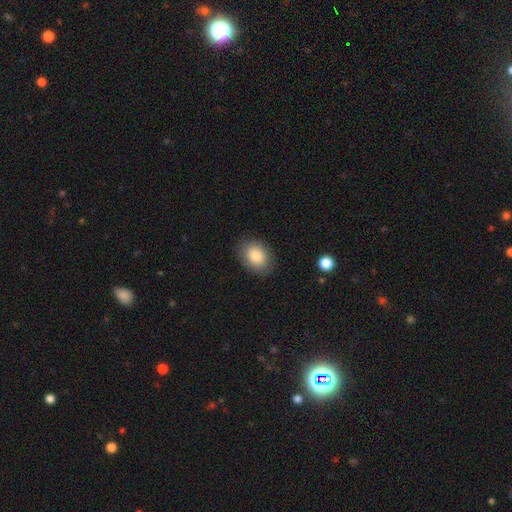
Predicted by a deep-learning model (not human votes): Smooth or featured? Predicted: smooth (p=0.85). How rounded? Predicted: in between (p=0.75). Merging? Predicted: none (p=0.85).